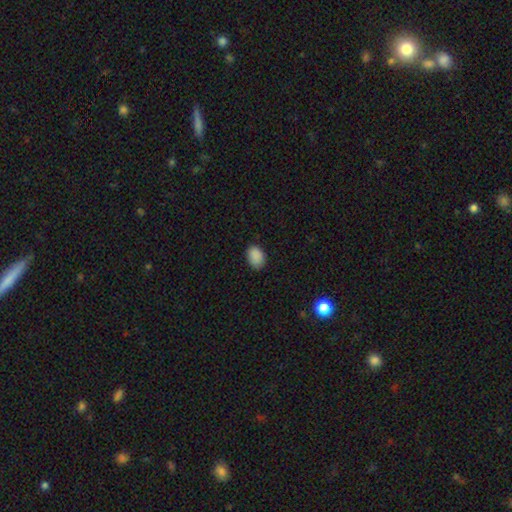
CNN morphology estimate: This is clearly a smooth galaxy (88%). How rounded: likely in between (78%). Merging: clearly none (83%).